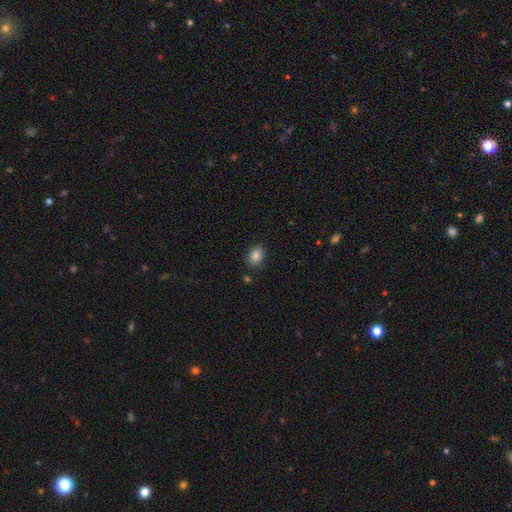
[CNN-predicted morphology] This is clearly a smooth galaxy (85%). How rounded: likely in between (66%). Merging: clearly none (82%).